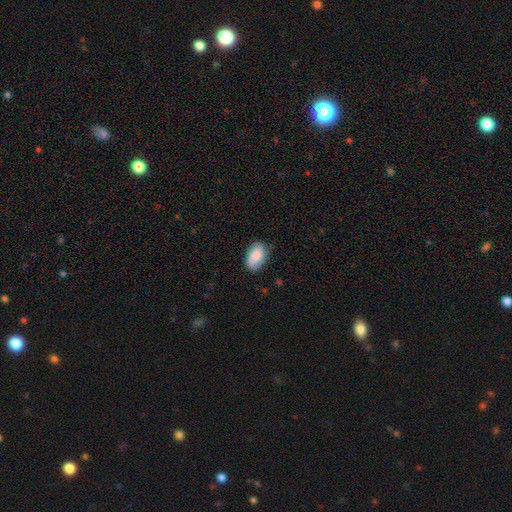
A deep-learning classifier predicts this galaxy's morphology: The model was most divided on "merging": none: 74%, minor disturbance: 21%, major disturbance: 4%, merger: 1%. More confident: how rounded — in between (92%); smooth or featured — smooth (83%).